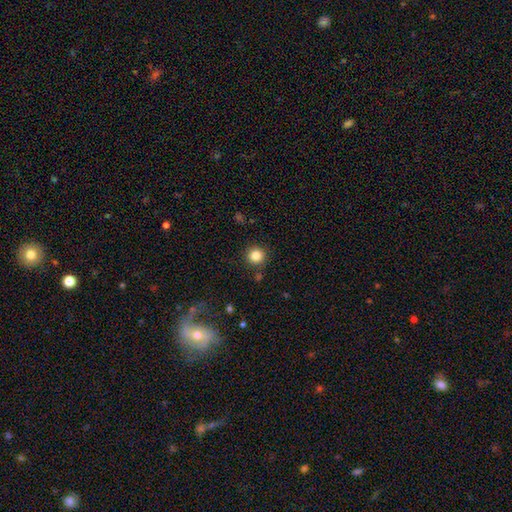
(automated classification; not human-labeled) Morphology: type=smooth (84%); roundness=round (95%); merging=none (88%).